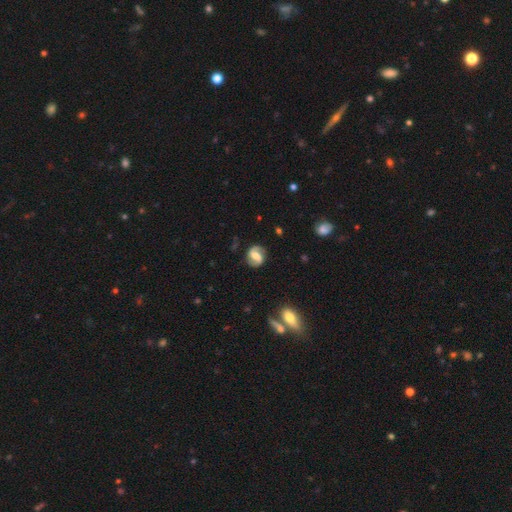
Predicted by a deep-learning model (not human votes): The model was most divided on "bar": weak: 44%, strong: 33%, no: 23%. Remaining: edge-on disk — no (97%); spiral arms — yes (92%); spiral arm count — 2 (92%); merging — none (83%); smooth or featured — featured or disk (77%); bulge size — moderate (59%); spiral winding — medium (45%).